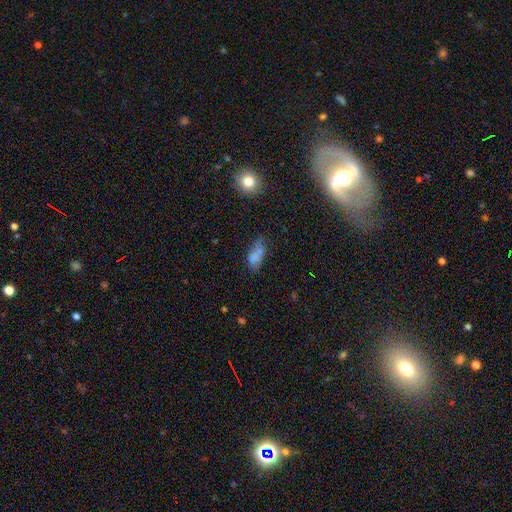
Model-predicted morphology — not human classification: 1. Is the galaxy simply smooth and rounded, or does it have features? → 70% smooth, 16% featured or disk, 14% star or artifact.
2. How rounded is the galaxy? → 83% in between, 13% cigar-shaped, 4% round.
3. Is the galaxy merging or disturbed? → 44% none, 29% minor disturbance, 18% major disturbance, 9% merger.